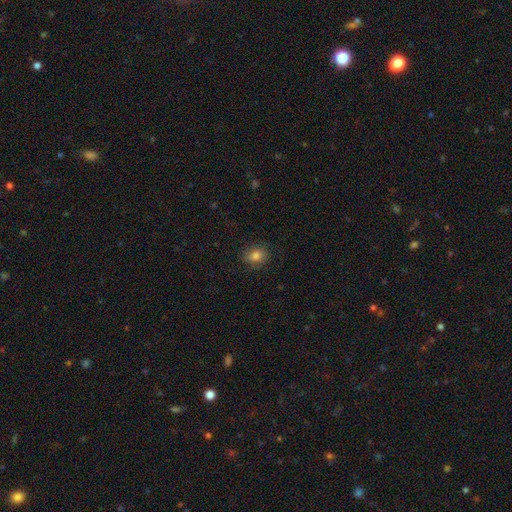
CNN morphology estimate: Smooth or featured? Predicted: smooth (p=0.81). How rounded? Predicted: in between (p=0.51). Merging? Predicted: none (p=0.83).